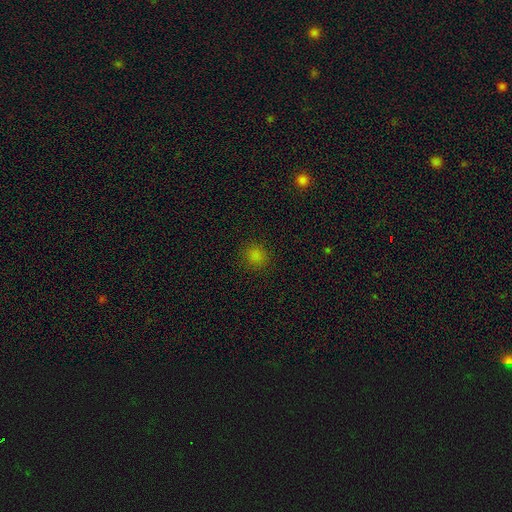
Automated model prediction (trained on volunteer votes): This appears to be a smooth galaxy with no disk features (81%) that is round (86%). Merging: none (89%).